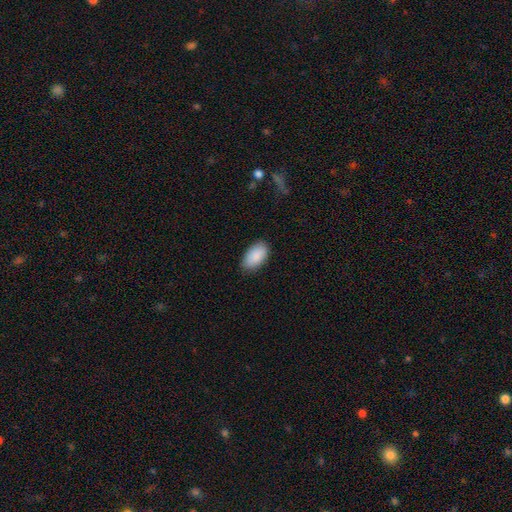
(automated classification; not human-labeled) Smooth or featured: smooth — 90% (star or artifact — 6%)
How rounded: in between — 95% (round — 3%)
Merging: none — 84% (minor disturbance — 13%)